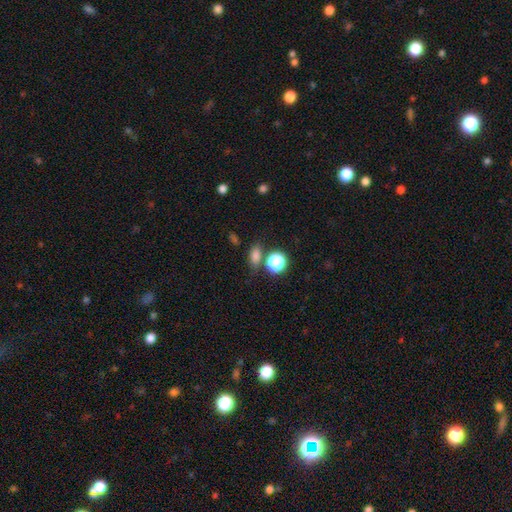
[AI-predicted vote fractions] Smooth or featured? Predicted: smooth (p=0.76). How rounded? Predicted: in between (p=0.69). Merging? Predicted: none (p=0.70).